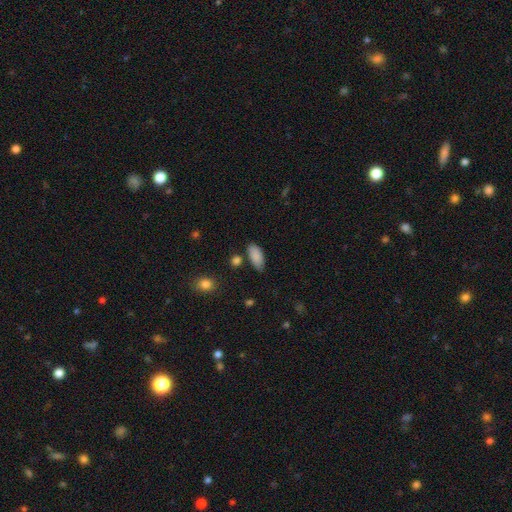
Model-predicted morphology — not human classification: A smooth galaxy with no disk features (87%) that is in between round and cigar-shaped (88%). Merging: none (72%).